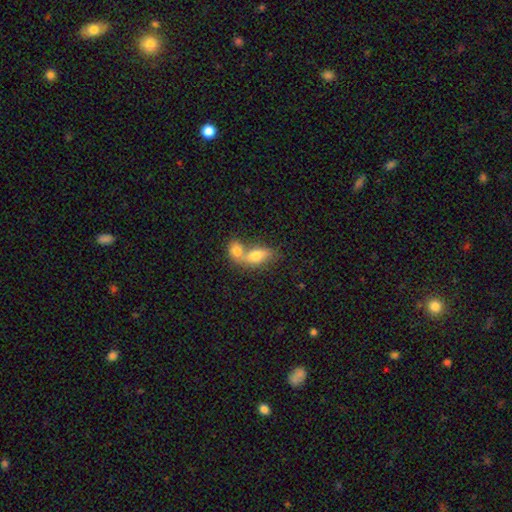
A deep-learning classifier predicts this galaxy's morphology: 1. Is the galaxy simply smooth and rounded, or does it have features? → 71% smooth, 21% featured or disk, 8% star or artifact.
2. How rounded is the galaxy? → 80% in between, 12% round, 9% cigar-shaped.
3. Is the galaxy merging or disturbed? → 71% merger, 19% none, 6% minor disturbance, 4% major disturbance.